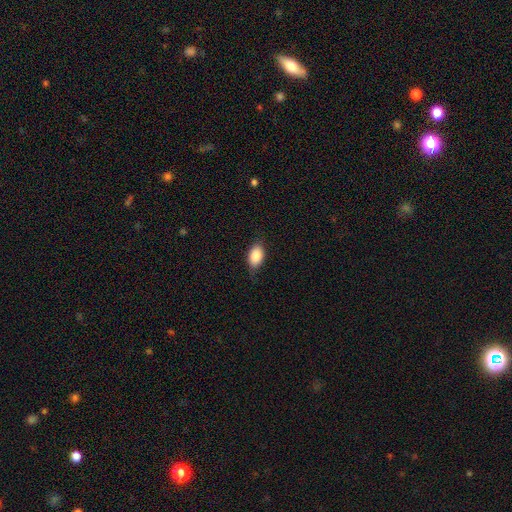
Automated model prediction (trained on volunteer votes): smooth 87%, star or artifact 7%, featured or disk 6%. Down the decision tree: how rounded — in between (90%); merging — none (78%).